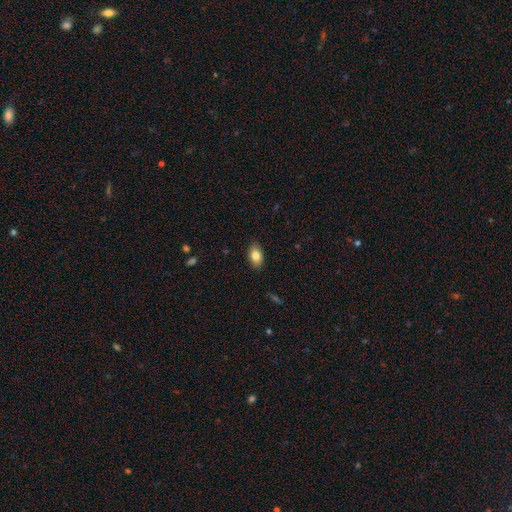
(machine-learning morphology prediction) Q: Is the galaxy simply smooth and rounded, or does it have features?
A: smooth — 81%.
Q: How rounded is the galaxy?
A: in between — 91%.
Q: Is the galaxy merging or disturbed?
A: none — 87%.